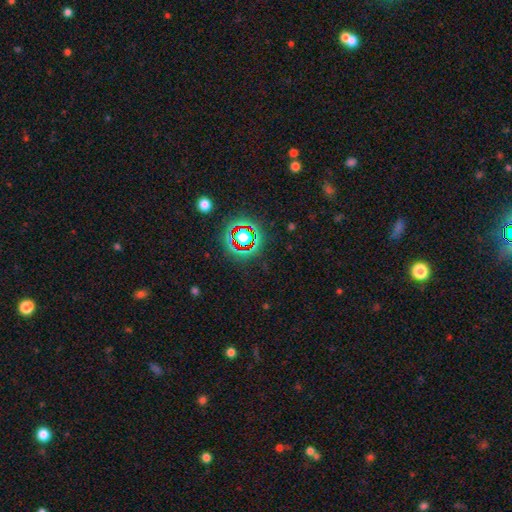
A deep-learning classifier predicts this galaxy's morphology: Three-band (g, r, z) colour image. It shows a star or artifact, not a galaxy (76%).